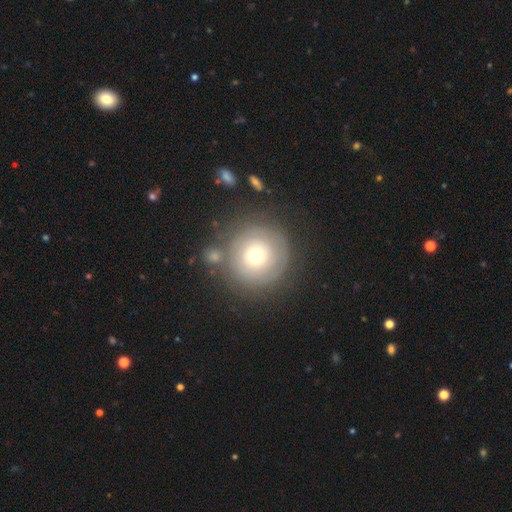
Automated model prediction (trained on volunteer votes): Smooth or featured? smooth (60%)
How rounded? round (95%)
Merging? none (73%)